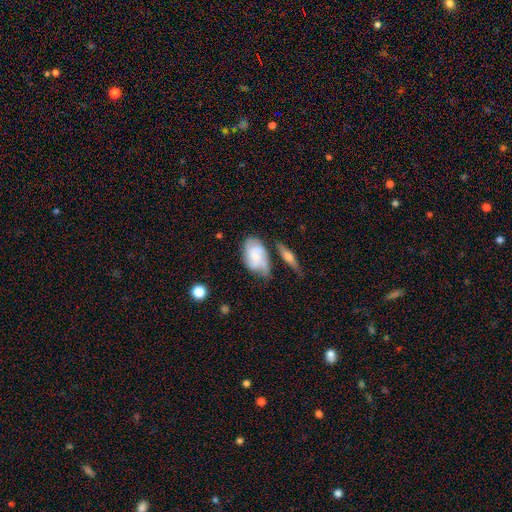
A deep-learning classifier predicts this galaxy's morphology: This is possibly a featured or disk galaxy (53%). It is clearly not viewed edge-on (94%). Bar: likely no (69%). Spiral arm pattern: clearly yes (85%). Central bulge: marginally small (42%). Merging: possibly none (48%).